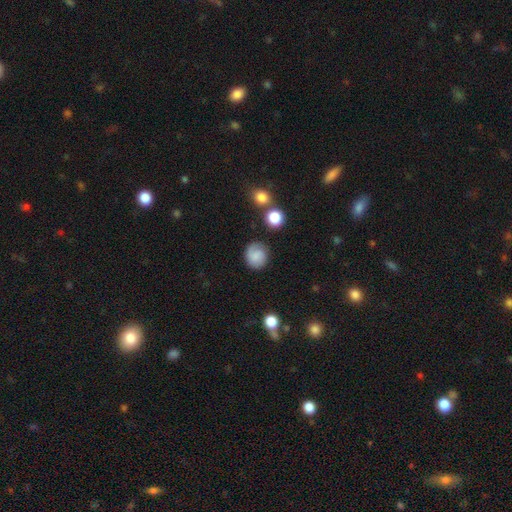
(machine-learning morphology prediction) A smooth galaxy with no disk features (76%) that is round (81%).

Vote fractions:
- Smooth or featured? smooth: 76% / featured or disk: 15% / star or artifact: 9%
- How rounded? round: 81% / in between: 18% / cigar-shaped: 1%
- Merging? none: 76% / minor disturbance: 16% / major disturbance: 5% / merger: 2%